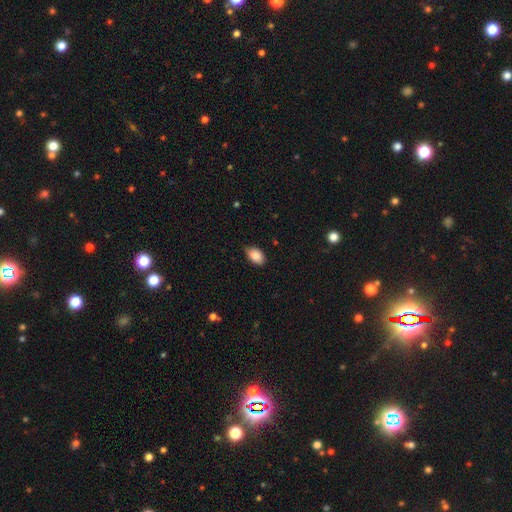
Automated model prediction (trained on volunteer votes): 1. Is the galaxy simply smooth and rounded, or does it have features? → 88% smooth, 7% star or artifact, 5% featured or disk.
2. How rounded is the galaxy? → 90% in between, 9% round, 1% cigar-shaped.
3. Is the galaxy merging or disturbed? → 77% none, 19% minor disturbance, 3% major disturbance, 1% merger.